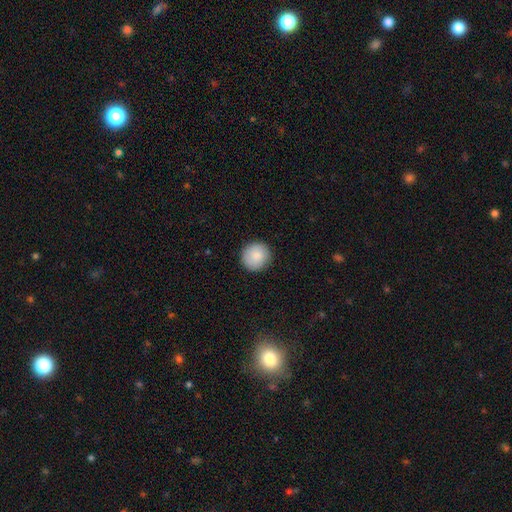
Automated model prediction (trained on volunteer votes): Smooth or featured?
  - smooth: 88% *
  - star or artifact: 7%
  - featured or disk: 6%
How rounded?
  - round: 94% *
  - in between: 5%
  - cigar-shaped: 1%
Merging?
  - none: 91% *
  - minor disturbance: 7%
  - major disturbance: 2%
  - merger: 1%